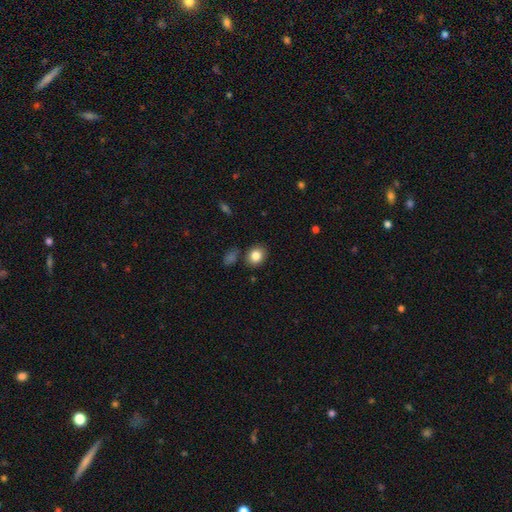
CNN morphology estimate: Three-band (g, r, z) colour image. It shows a smooth galaxy with no disk features (83%) that is round (62%). Merging: none (82%).